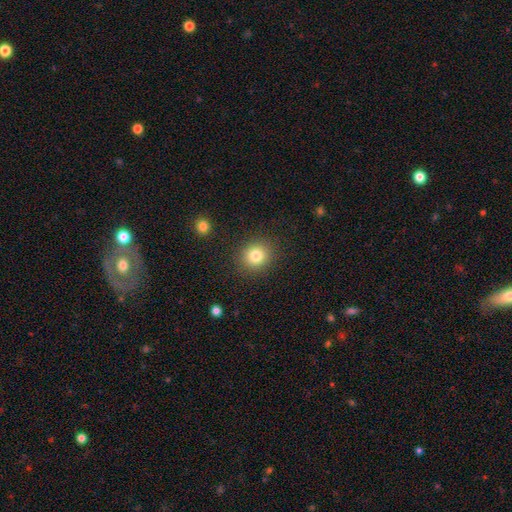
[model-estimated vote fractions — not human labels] Morphology: type=smooth (81%); roundness=round (80%); merging=none (88%).